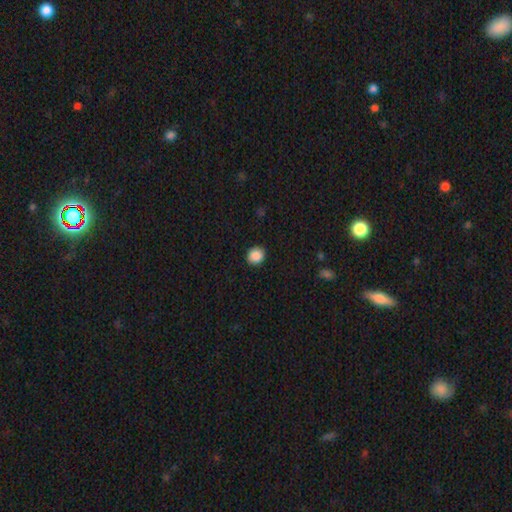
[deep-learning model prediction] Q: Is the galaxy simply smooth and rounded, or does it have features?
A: smooth — 88%.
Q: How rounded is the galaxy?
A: round — 76%.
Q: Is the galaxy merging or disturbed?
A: none — 90%.